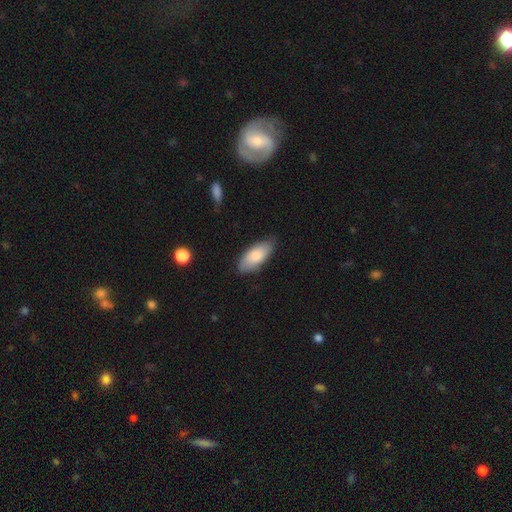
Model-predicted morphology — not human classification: smooth_or_featured: smooth (p=0.82) [alt: featured or disk p=0.12]
how_rounded: in between (p=0.88) [alt: cigar-shaped p=0.10]
merging: none (p=0.79) [alt: minor disturbance p=0.17]